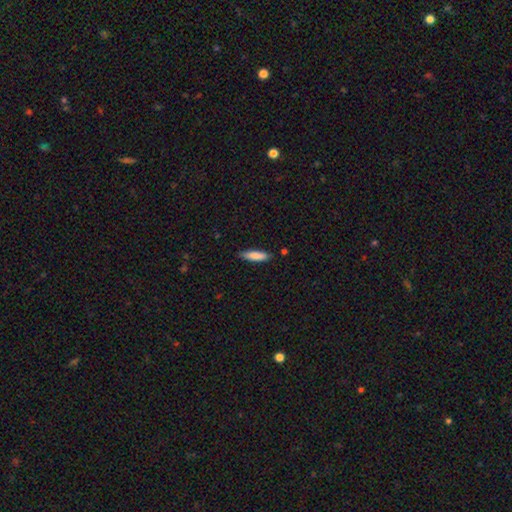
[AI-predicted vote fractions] Q: Smooth or featured?
A: smooth (84%); runner-up: featured or disk (10%)
Q: How rounded?
A: cigar-shaped (69%); runner-up: in between (30%)
Q: Merging?
A: none (82%); runner-up: minor disturbance (14%)